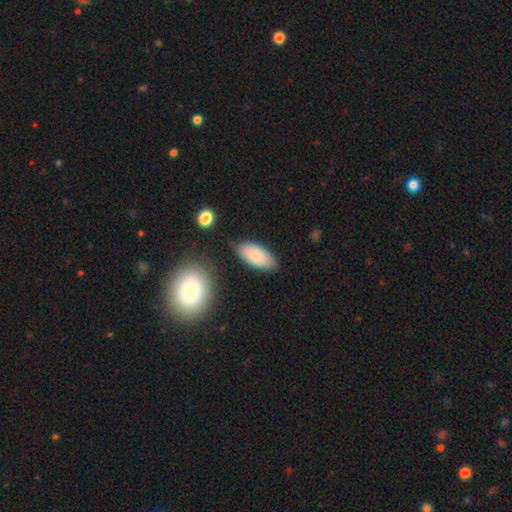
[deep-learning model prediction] smooth-or-featured: smooth: 84% | featured or disk: 10% | star or artifact: 7%
  how-rounded: in between: 92% | cigar-shaped: 6% | round: 2%
  merging: none: 80% | minor disturbance: 14% | merger: 3% | major disturbance: 3%